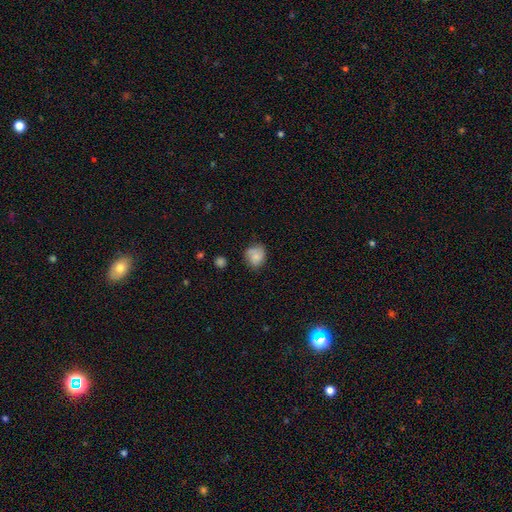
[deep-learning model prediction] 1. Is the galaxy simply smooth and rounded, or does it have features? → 68% smooth, 23% featured or disk, 9% star or artifact.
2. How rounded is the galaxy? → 71% round, 28% in between, 1% cigar-shaped.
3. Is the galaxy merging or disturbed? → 64% none, 27% minor disturbance, 6% major disturbance, 3% merger.